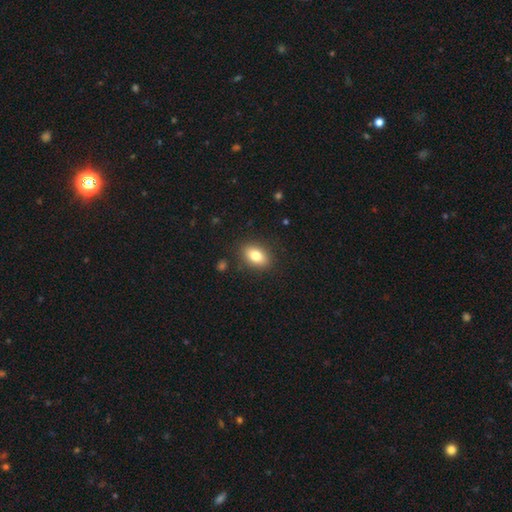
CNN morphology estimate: type=smooth (81%); roundness=in between (85%); merging=none (87%).